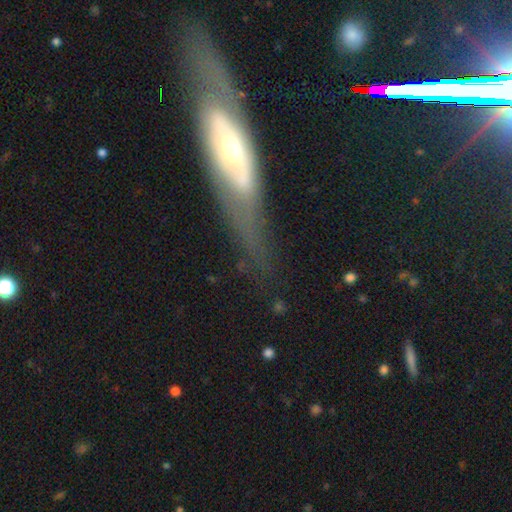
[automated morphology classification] Q: Smooth or featured?
A: featured or disk (62%); runner-up: smooth (25%)
Q: Edge-on disk?
A: no (59%); runner-up: yes (41%)
Q: Merging?
A: none (65%); runner-up: minor disturbance (17%)